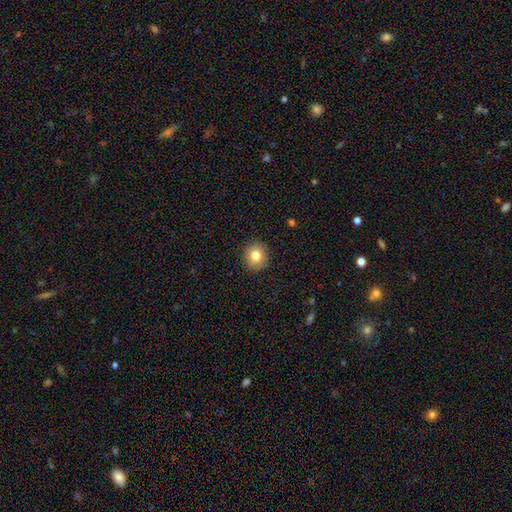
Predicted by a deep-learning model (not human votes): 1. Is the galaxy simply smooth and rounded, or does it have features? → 81% smooth, 10% star or artifact, 9% featured or disk.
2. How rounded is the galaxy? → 87% round, 12% in between, 1% cigar-shaped.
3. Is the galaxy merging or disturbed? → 91% none, 6% minor disturbance, 2% major disturbance, 1% merger.